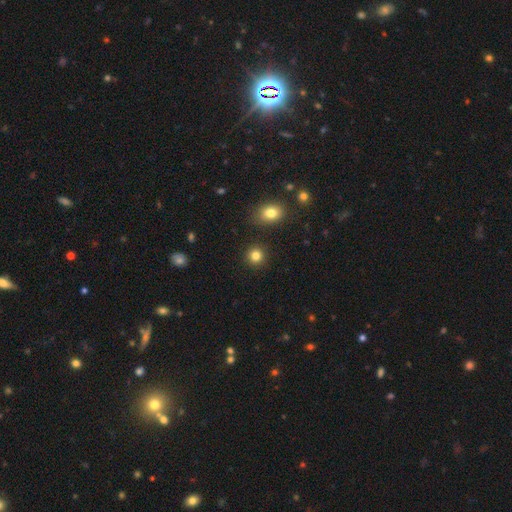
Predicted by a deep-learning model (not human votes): A smooth galaxy with no disk features (83%) that is round (91%). Merging: none (91%).